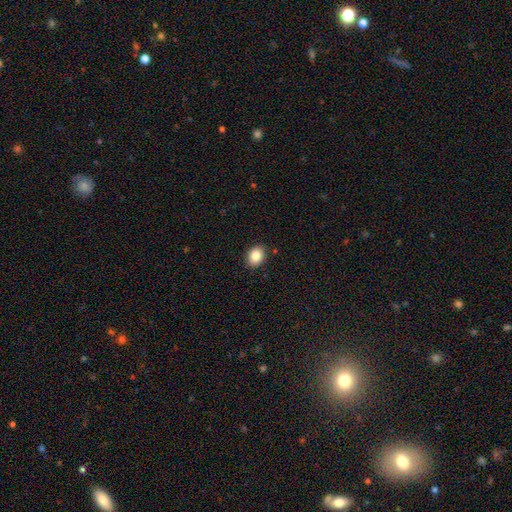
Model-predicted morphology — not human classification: This is clearly a smooth galaxy (85%). How rounded: possibly in between (59%). Merging: clearly none (88%).